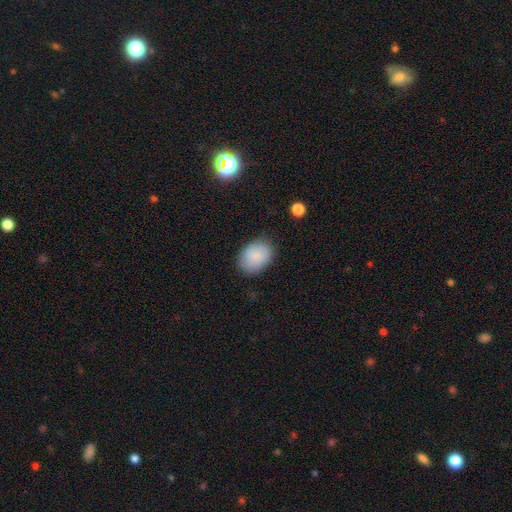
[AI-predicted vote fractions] Smooth or featured?
  - smooth: 81% *
  - featured or disk: 12%
  - star or artifact: 7%
How rounded?
  - in between: 74% *
  - round: 25%
  - cigar-shaped: 1%
Merging?
  - none: 80% *
  - minor disturbance: 15%
  - major disturbance: 4%
  - merger: 1%